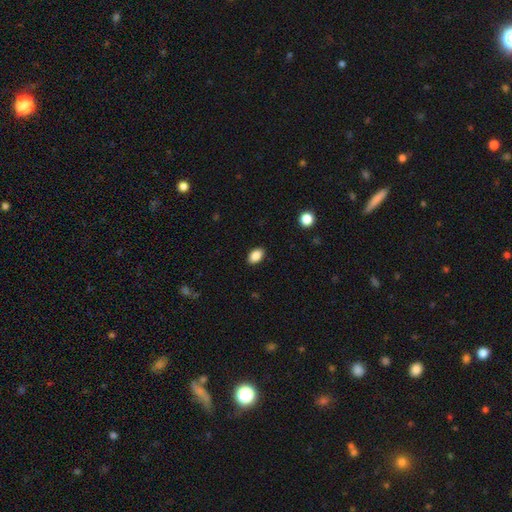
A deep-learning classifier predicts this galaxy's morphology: type=smooth (87%); roundness=in between (90%); merging=none (89%).